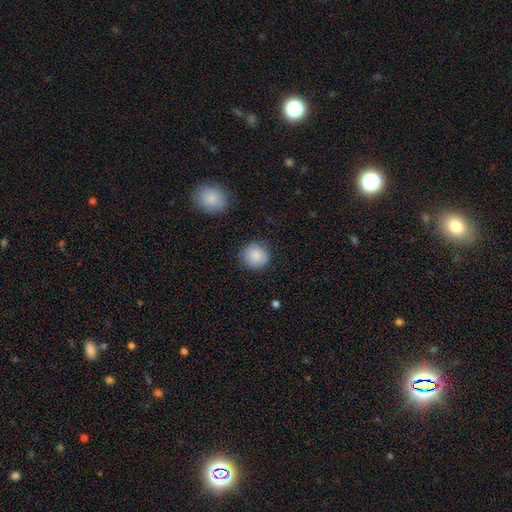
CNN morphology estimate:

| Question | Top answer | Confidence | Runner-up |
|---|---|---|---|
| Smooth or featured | smooth | 88% | star or artifact (8%) |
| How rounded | round | 91% | in between (8%) |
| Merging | none | 86% | minor disturbance (9%) |